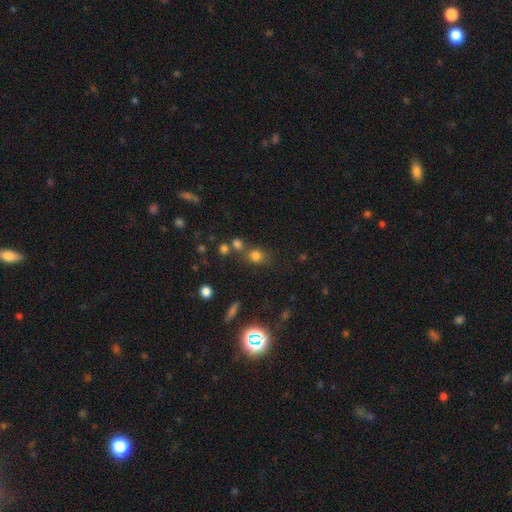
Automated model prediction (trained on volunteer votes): A smooth galaxy with no disk features (73%) that is round (70%). Merging: none (63%).